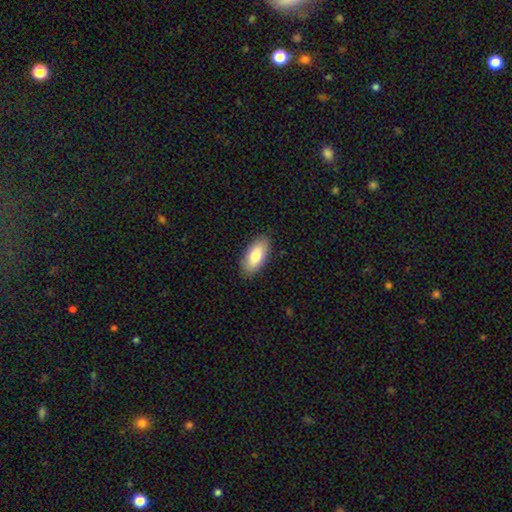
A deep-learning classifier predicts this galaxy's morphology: Smooth or featured? Predicted: smooth (p=0.79). How rounded? Predicted: in between (p=0.89). Merging? Predicted: none (p=0.88).